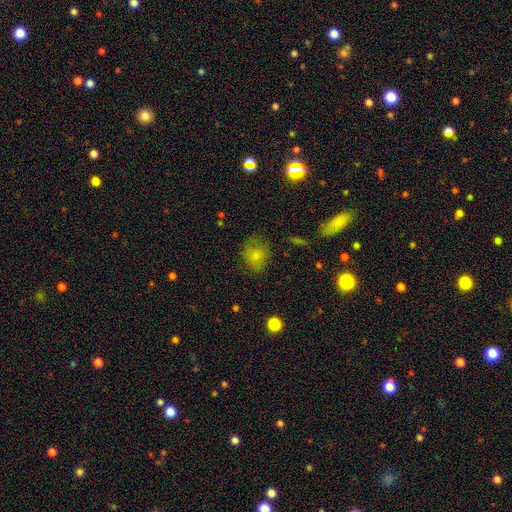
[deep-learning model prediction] smooth_or_featured: smooth (p=0.78) [alt: star or artifact p=0.11]
how_rounded: round (p=0.58) [alt: in between p=0.41]
merging: none (p=0.65) [alt: minor disturbance p=0.24]